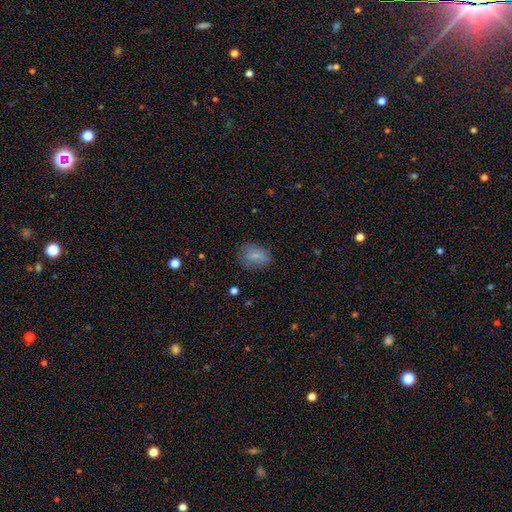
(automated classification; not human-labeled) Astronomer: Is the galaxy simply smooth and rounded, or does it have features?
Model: smooth — 78%.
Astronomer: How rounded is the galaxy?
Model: in between — 78%.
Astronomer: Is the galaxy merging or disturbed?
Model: none — 69%.